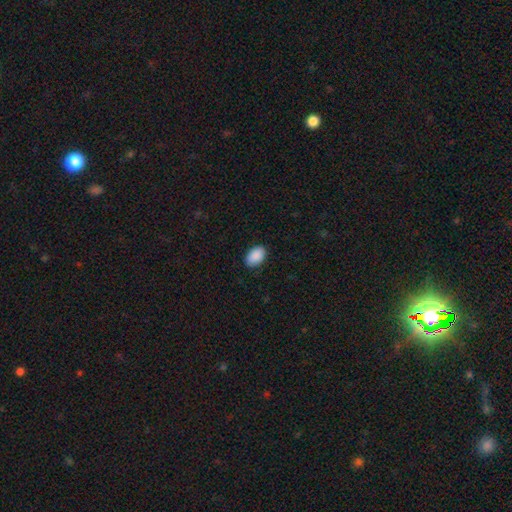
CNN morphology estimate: Smooth or featured: smooth — 91% (star or artifact — 6%)
How rounded: in between — 90% (round — 8%)
Merging: none — 87% (minor disturbance — 10%)